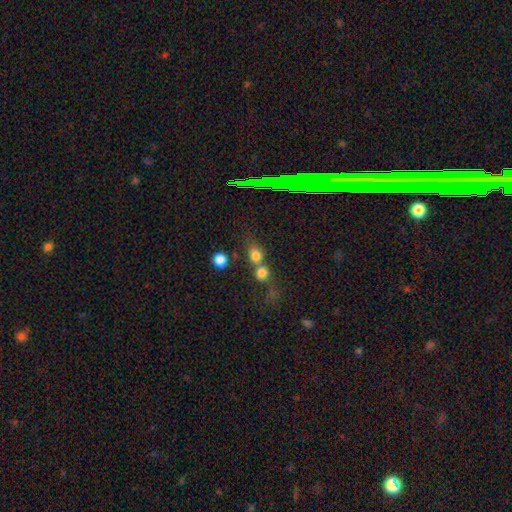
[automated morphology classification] This is likely a smooth galaxy (76%). How rounded: likely round (68%). Merging: possibly merger (48%).